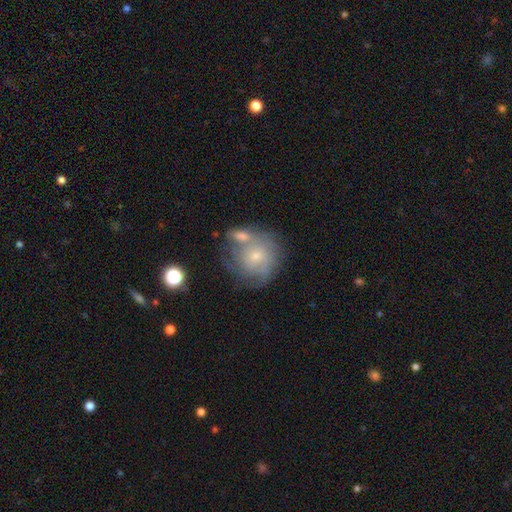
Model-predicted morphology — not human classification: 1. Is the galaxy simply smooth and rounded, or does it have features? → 57% featured or disk, 34% smooth, 9% star or artifact.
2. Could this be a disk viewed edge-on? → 97% no, 3% yes.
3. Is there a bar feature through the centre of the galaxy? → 77% no, 20% weak, 3% strong.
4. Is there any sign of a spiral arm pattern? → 76% yes, 24% no.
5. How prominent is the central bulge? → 66% small, 29% moderate, 2% none, 2% large, 1% dominant.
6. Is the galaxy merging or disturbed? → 46% none, 28% merger, 17% minor disturbance, 9% major disturbance.